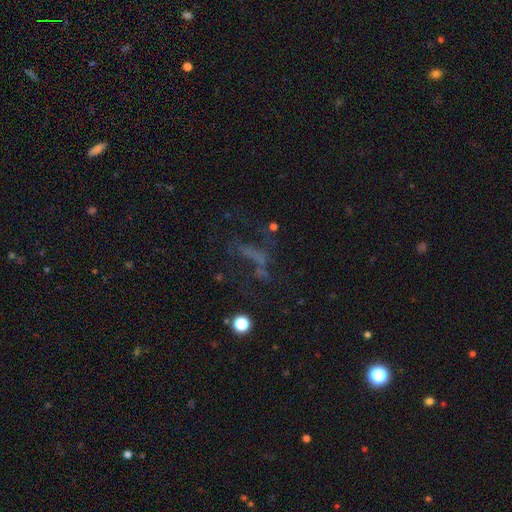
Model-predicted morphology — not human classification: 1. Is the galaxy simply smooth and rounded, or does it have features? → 38% star or artifact, 37% featured or disk, 25% smooth.